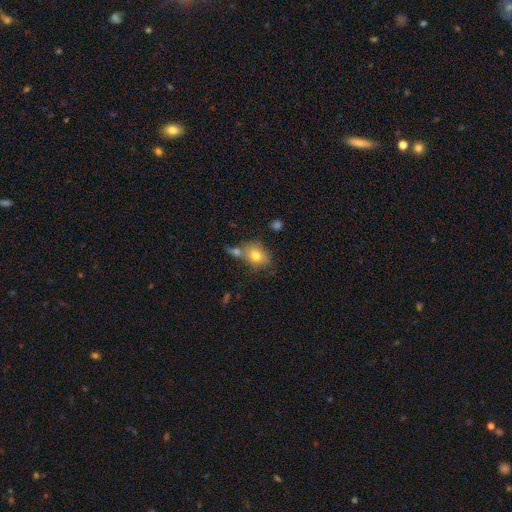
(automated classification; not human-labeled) Q: Smooth or featured?
A: smooth (76%); runner-up: featured or disk (15%)
Q: How rounded?
A: in between (53%); runner-up: round (45%)
Q: Merging?
A: none (52%); runner-up: merger (26%)